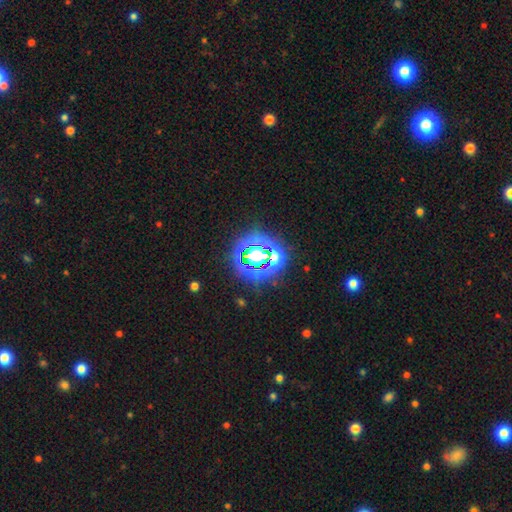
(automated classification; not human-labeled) This is likely a star or artifact rather than a galaxy (68%).